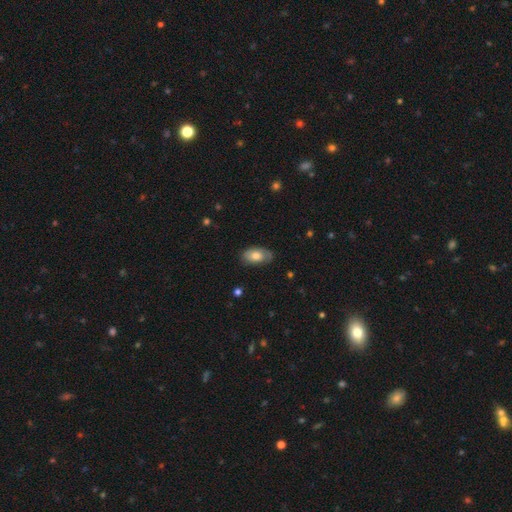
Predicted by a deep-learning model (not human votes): The model was most divided on "smooth or featured": smooth: 65%, featured or disk: 29%, star or artifact: 7%. More confident: how rounded — in between (92%); merging — none (75%).